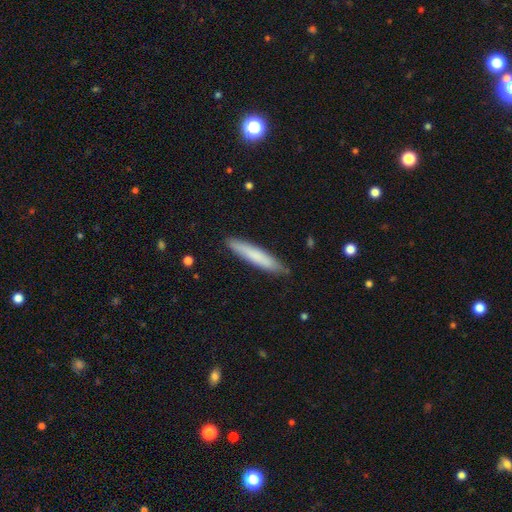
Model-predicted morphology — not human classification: Overall: smooth (76%). How rounded: cigar-shaped (92%). Merging: none (87%).